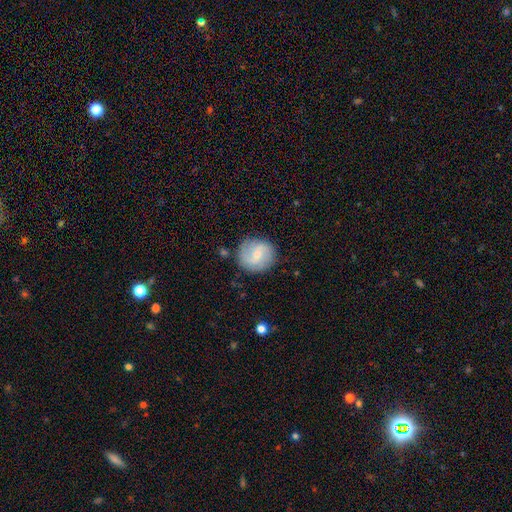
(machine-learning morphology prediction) smooth_or_featured: featured or disk (p=0.51) [alt: smooth p=0.42]
disk_edge_on: no (p=0.97) [alt: yes p=0.03]
bar: weak (p=0.53) [alt: no p=0.34]
has_spiral_arms: yes (p=0.83) [alt: no p=0.17]
bulge_size: small (p=0.63) [alt: moderate p=0.30]
merging: none (p=0.81) [alt: minor disturbance p=0.12]